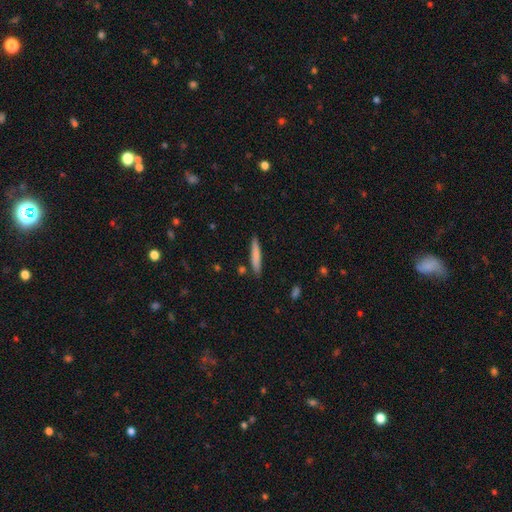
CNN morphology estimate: A smooth galaxy with no disk features (77%) that is cigar-shaped (93%). Merging: none (87%).